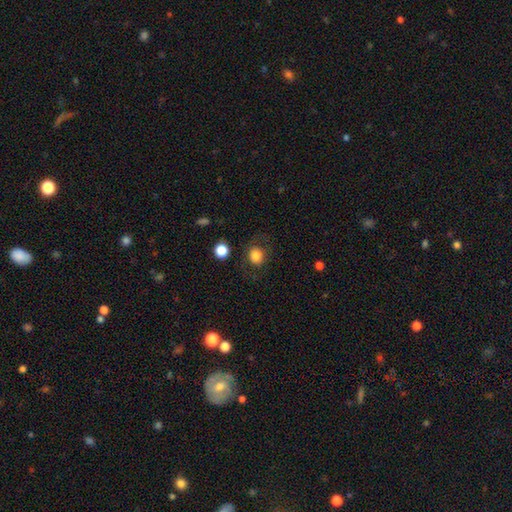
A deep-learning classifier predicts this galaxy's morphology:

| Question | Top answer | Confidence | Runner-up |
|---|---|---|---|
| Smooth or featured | smooth | 81% | star or artifact (10%) |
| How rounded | round | 75% | in between (24%) |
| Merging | none | 77% | minor disturbance (13%) |